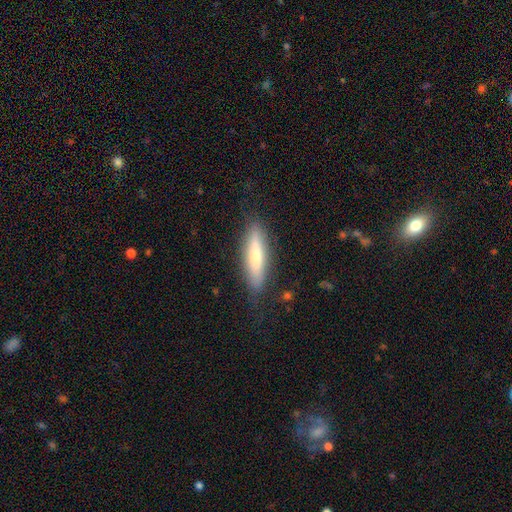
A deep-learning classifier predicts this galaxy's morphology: Smooth or featured? smooth (60%)
How rounded? cigar-shaped (76%)
Merging? none (83%)